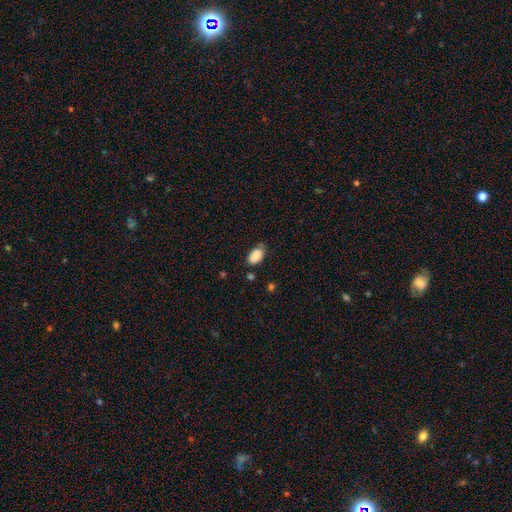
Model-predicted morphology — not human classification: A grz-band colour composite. It shows a smooth galaxy with no disk features (88%) that is in between round and cigar-shaped (93%). Merging: none (60%).